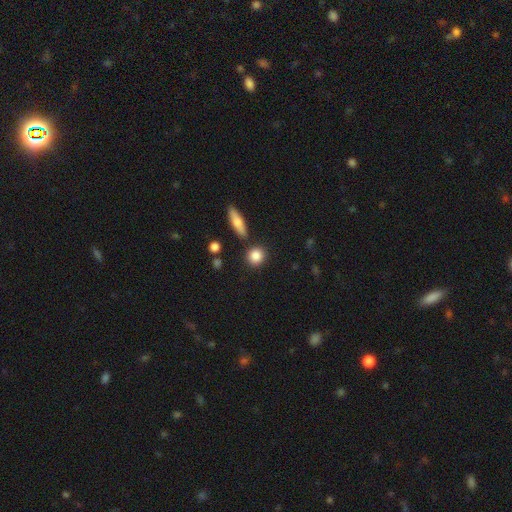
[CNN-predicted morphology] Smooth or featured? Predicted: smooth (p=0.85). How rounded? Predicted: round (p=0.80). Merging? Predicted: none (p=0.83).